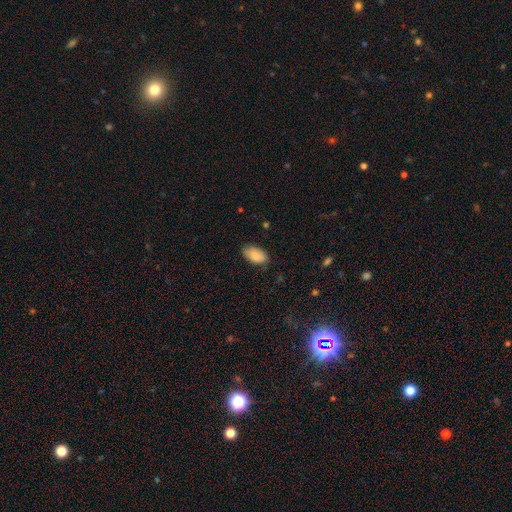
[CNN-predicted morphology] smooth 87%, star or artifact 7%, featured or disk 7%. Down the decision tree: how rounded — in between (95%); merging — none (80%).